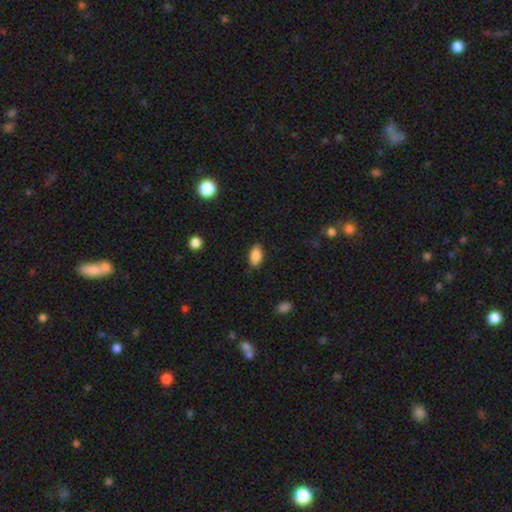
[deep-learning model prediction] Q: Smooth or featured?
A: smooth (87%); runner-up: star or artifact (8%)
Q: How rounded?
A: in between (91%); runner-up: cigar-shaped (5%)
Q: Merging?
A: none (86%); runner-up: minor disturbance (11%)